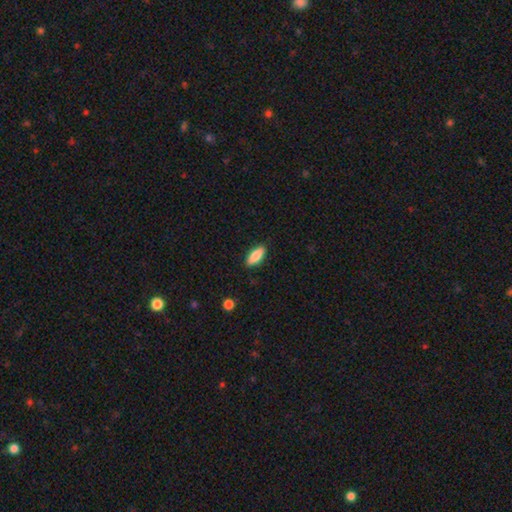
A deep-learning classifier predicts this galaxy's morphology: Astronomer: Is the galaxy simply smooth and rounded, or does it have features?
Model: smooth — 85%.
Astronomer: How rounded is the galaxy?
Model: in between — 72%.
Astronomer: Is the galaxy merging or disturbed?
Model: none — 88%.